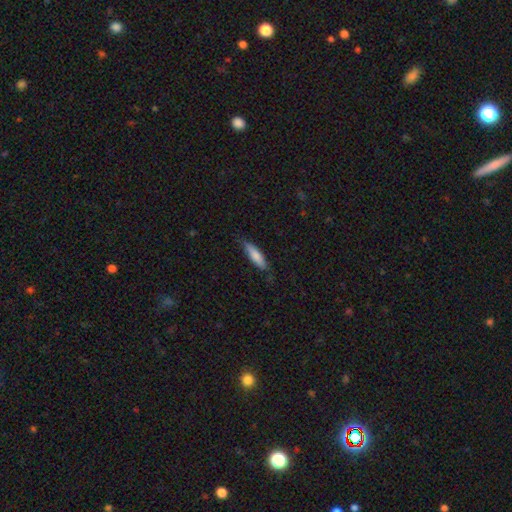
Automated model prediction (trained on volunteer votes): Q: Smooth or featured?
A: smooth (77%); runner-up: featured or disk (17%)
Q: How rounded?
A: cigar-shaped (66%); runner-up: in between (32%)
Q: Merging?
A: none (76%); runner-up: minor disturbance (20%)